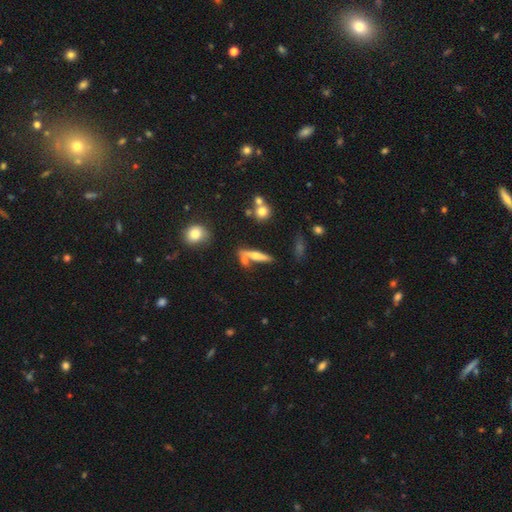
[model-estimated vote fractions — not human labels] smooth_or_featured: featured or disk (p=0.50) [alt: smooth p=0.40]
disk_edge_on: yes (p=0.89) [alt: no p=0.11]
merging: none (p=0.60) [alt: merger p=0.23]